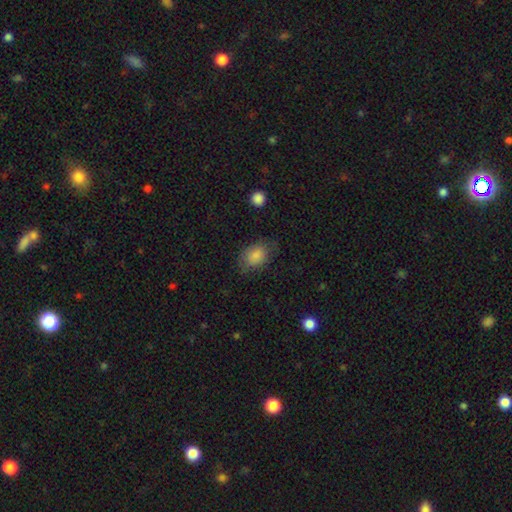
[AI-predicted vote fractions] Q: Smooth or featured?
A: smooth (83%); runner-up: featured or disk (9%)
Q: How rounded?
A: in between (73%); runner-up: round (26%)
Q: Merging?
A: none (66%); runner-up: minor disturbance (23%)